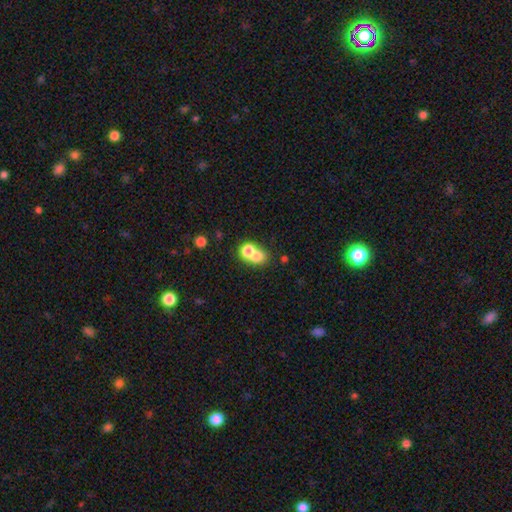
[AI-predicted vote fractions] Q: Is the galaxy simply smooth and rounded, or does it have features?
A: smooth — 72%.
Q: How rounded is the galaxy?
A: round — 61%.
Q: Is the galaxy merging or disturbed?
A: merger — 61%.